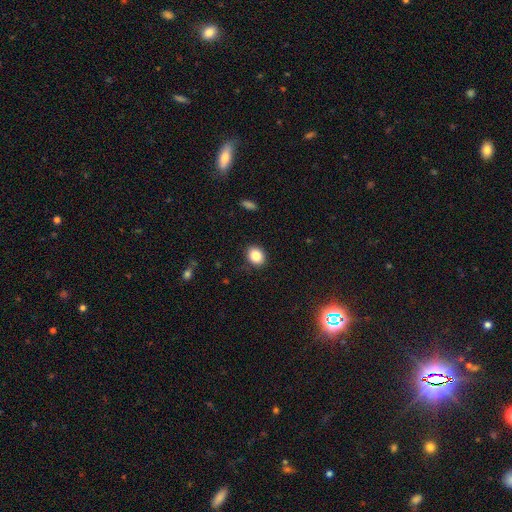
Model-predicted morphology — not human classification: smooth_or_featured: smooth (p=0.86) [alt: star or artifact p=0.09]
how_rounded: round (p=0.52) [alt: in between p=0.47]
merging: none (p=0.87) [alt: minor disturbance p=0.10]